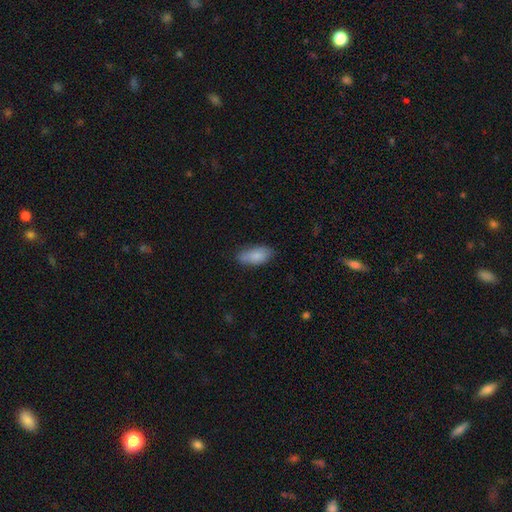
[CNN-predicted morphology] smooth-or-featured: smooth: 84% | featured or disk: 9% | star or artifact: 6%
  how-rounded: in between: 90% | cigar-shaped: 8% | round: 3%
  merging: none: 73% | minor disturbance: 22% | major disturbance: 4% | merger: 1%